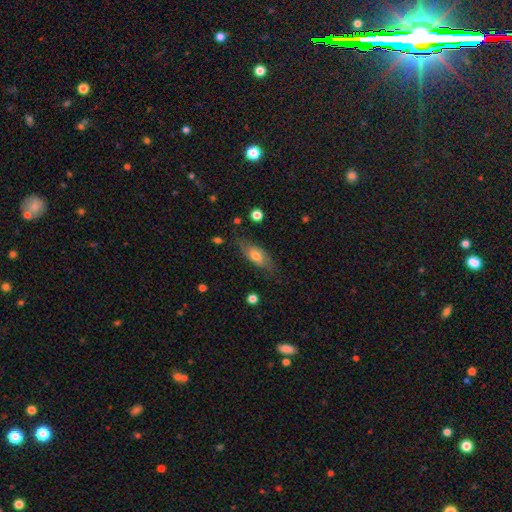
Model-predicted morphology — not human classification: Smooth or featured?
  - smooth: 58% *
  - featured or disk: 35%
  - star or artifact: 7%
How rounded?
  - in between: 77% *
  - cigar-shaped: 18%
  - round: 5%
Merging?
  - none: 71% *
  - minor disturbance: 21%
  - major disturbance: 6%
  - merger: 2%